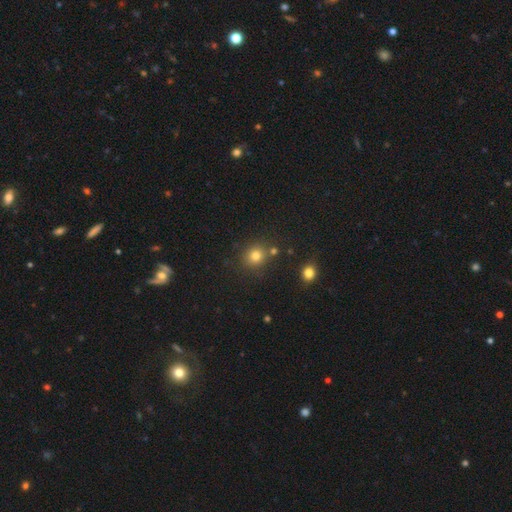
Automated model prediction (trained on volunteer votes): Smooth or featured: smooth — 79% (star or artifact — 15%)
How rounded: round — 85% (in between — 14%)
Merging: none — 77% (merger — 10%)